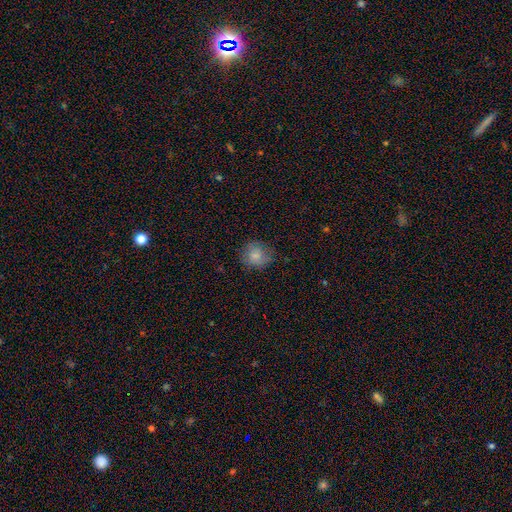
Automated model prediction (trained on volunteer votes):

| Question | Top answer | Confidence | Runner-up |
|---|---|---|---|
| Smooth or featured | smooth | 77% | featured or disk (14%) |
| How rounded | round | 81% | in between (18%) |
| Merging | none | 71% | minor disturbance (21%) |